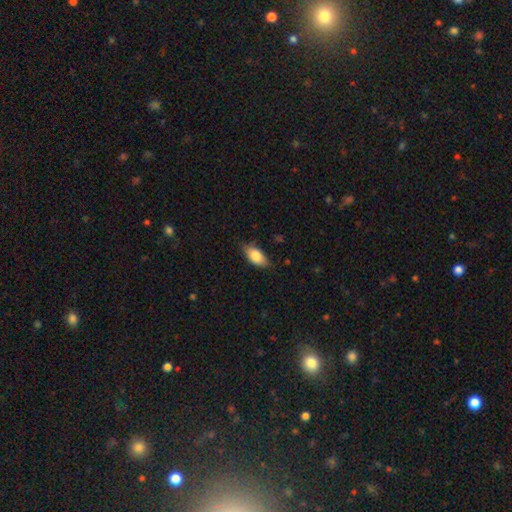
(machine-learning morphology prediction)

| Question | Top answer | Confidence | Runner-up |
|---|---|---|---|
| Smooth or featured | smooth | 83% | featured or disk (11%) |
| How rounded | in between | 89% | cigar-shaped (7%) |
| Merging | none | 73% | minor disturbance (22%) |